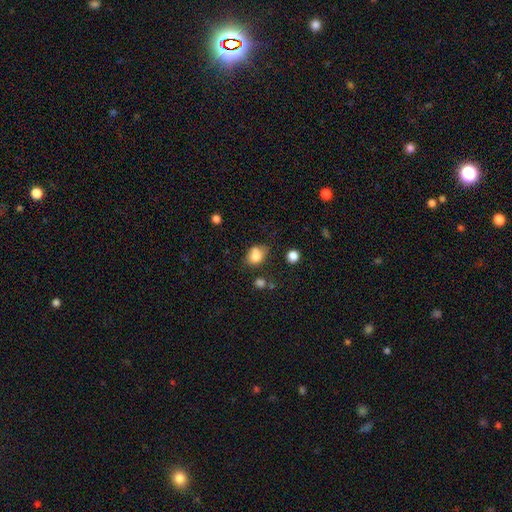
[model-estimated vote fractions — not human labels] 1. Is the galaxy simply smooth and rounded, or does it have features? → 79% smooth, 11% star or artifact, 10% featured or disk.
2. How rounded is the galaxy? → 59% in between, 40% round, 1% cigar-shaped.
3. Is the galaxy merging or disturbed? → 49% none, 26% minor disturbance, 15% merger, 9% major disturbance.